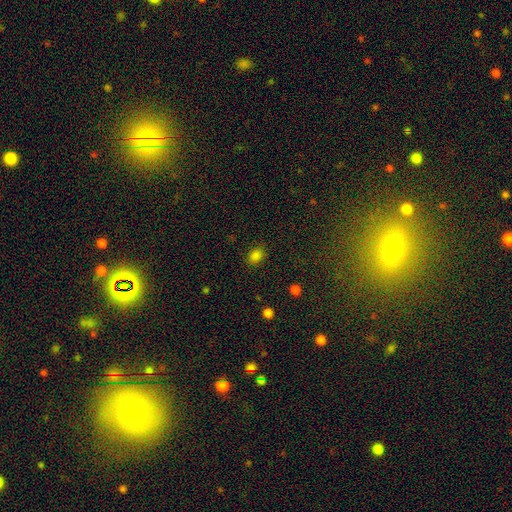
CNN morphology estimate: A smooth galaxy with no disk features (81%) that is in between round and cigar-shaped (64%). Merging: none (84%).